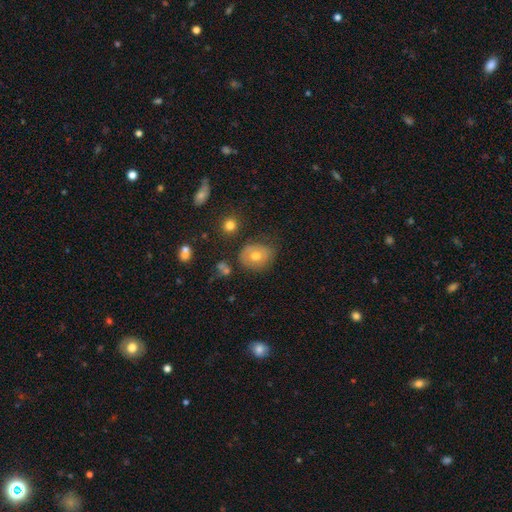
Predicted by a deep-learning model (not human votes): smooth_or_featured: smooth (p=0.63) [alt: featured or disk p=0.24]
how_rounded: round (p=0.55) [alt: in between p=0.44]
merging: none (p=0.68) [alt: minor disturbance p=0.22]